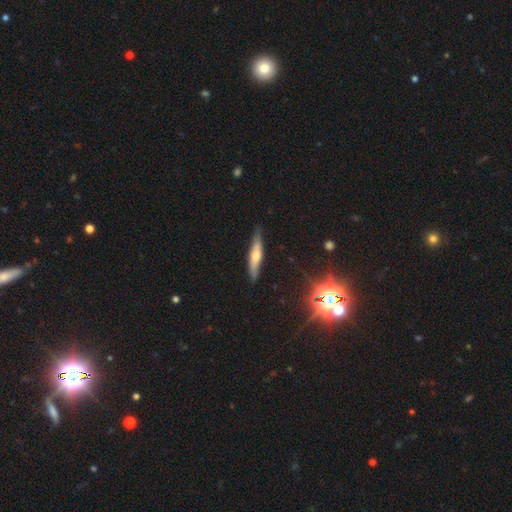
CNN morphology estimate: Q: Smooth or featured?
A: featured or disk (48%); runner-up: smooth (46%)
Q: Merging?
A: none (84%); runner-up: minor disturbance (13%)